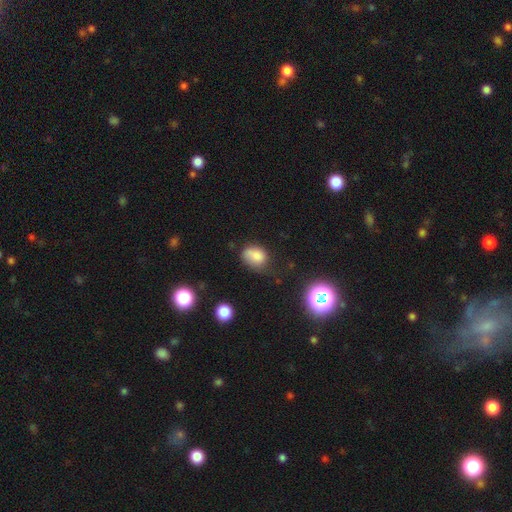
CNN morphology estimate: Overall: smooth (77%). How rounded: in between (65%; round 34%). Merging: none (46%; minor disturbance 35%).